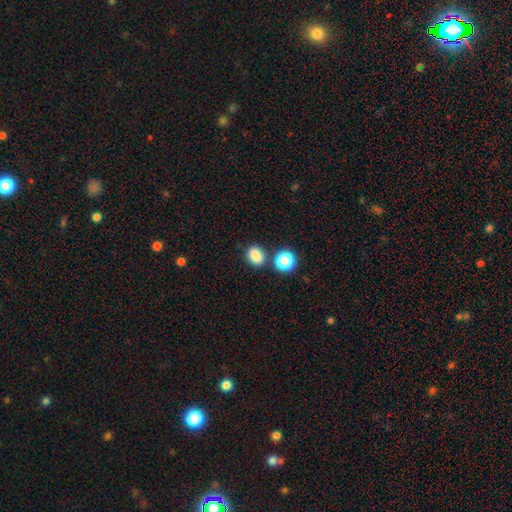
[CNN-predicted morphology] This is clearly a smooth galaxy (84%). How rounded: possibly in between (60%). Merging: likely none (70%).